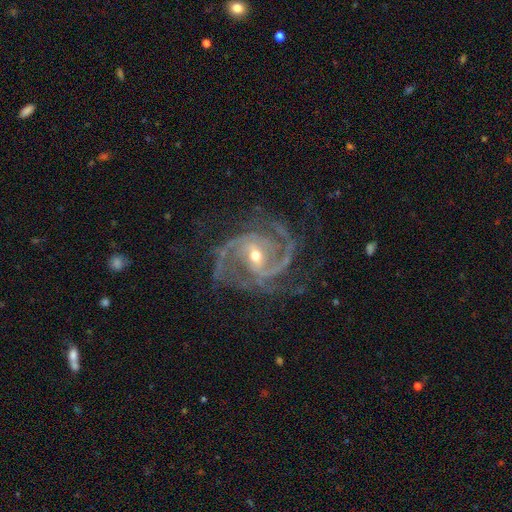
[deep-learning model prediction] A featured or disk galaxy (93%) with a weak bar (45%), 2 (57%) medium (55%) spiral arms (98%) and a moderate central bulge (54%). Merging: none (68%).